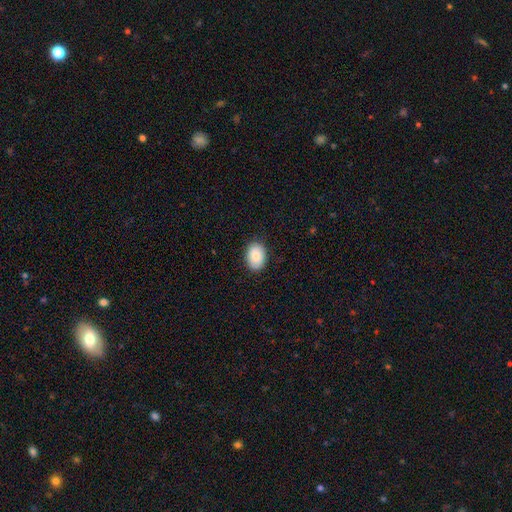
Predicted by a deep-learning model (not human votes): Smooth or featured? Predicted: smooth (p=0.87). How rounded? Predicted: in between (p=0.78). Merging? Predicted: none (p=0.86).